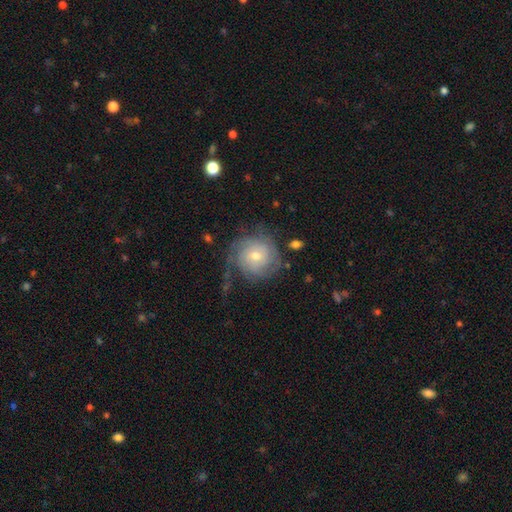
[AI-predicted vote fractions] Smooth or featured? Predicted: featured or disk (p=0.69). Edge-on disk? Predicted: no (p=0.97). Bar? Predicted: no (p=0.75). Spiral arms? Predicted: yes (p=0.88). Spiral winding? Predicted: tight (p=0.64). Spiral arm count? Predicted: can't tell (p=0.45). Bulge size? Predicted: moderate (p=0.49). Merging? Predicted: none (p=0.61).